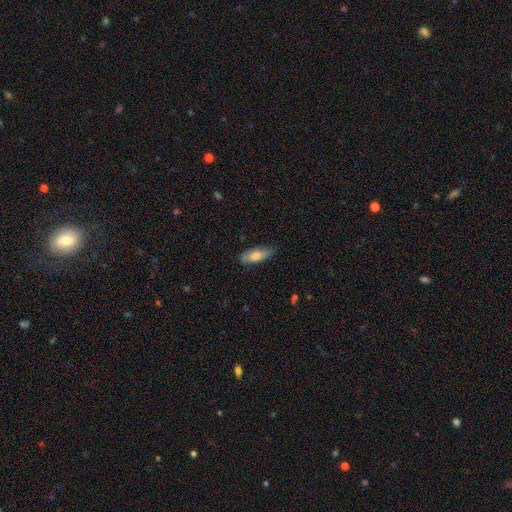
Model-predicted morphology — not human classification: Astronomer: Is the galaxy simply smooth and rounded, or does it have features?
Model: smooth — 75%.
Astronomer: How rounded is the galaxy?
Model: in between — 70%.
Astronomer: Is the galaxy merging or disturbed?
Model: none — 77%.